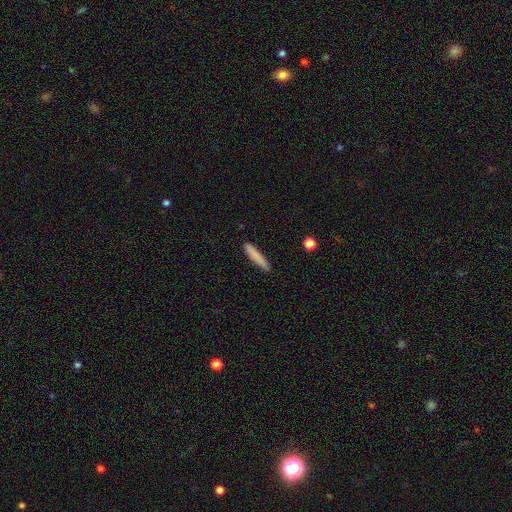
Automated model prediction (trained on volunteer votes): Q: Smooth or featured?
A: smooth (83%); runner-up: featured or disk (11%)
Q: How rounded?
A: cigar-shaped (91%); runner-up: in between (8%)
Q: Merging?
A: none (88%); runner-up: minor disturbance (9%)